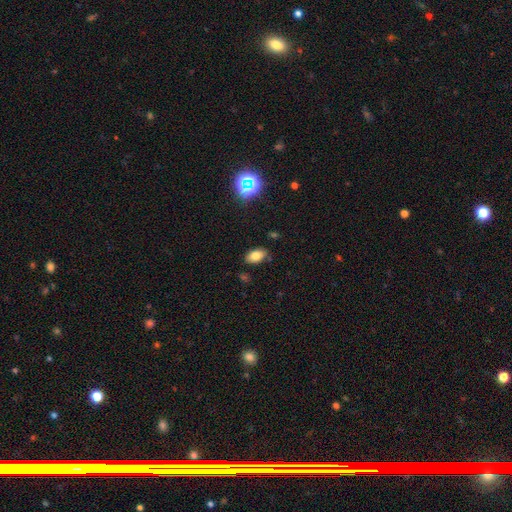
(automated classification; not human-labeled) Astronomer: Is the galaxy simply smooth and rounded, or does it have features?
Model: smooth — 77%.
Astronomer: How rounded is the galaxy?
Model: in between — 91%.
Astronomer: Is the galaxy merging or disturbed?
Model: none — 82%.